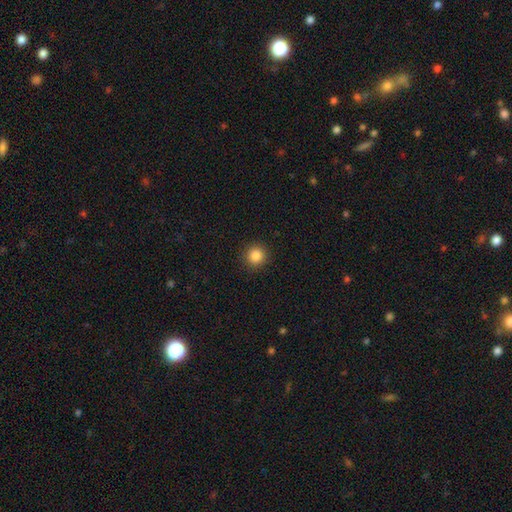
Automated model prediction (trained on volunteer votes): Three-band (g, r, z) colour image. It shows a smooth galaxy with no disk features (86%) that is round (94%). Merging: none (92%).